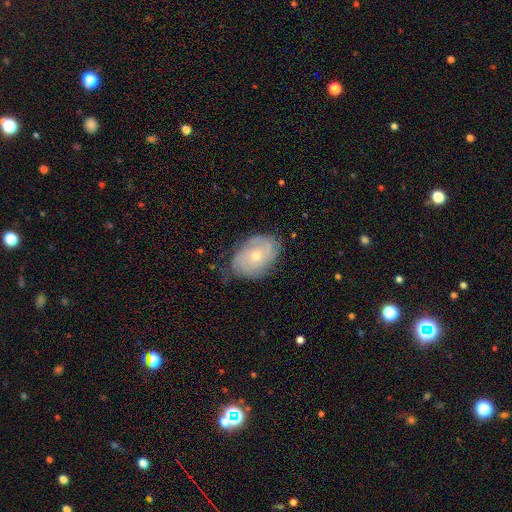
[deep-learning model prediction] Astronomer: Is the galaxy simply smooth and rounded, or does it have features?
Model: featured or disk — 68%.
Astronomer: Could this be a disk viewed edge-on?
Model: no — 96%.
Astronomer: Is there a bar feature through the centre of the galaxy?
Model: no — 79%.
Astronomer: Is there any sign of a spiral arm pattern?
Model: yes — 84%.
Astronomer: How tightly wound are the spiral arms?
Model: tight — 64%.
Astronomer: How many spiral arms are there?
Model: can't tell — 42% (runner-up: 2, 28%).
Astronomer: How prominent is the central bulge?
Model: small — 55% (runner-up: moderate, 42%).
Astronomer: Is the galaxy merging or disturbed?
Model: none — 64%.